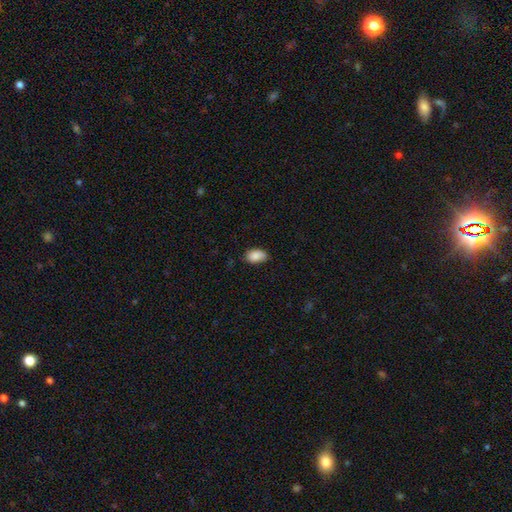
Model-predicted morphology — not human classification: type=smooth (87%); roundness=in between (92%); merging=none (73%).